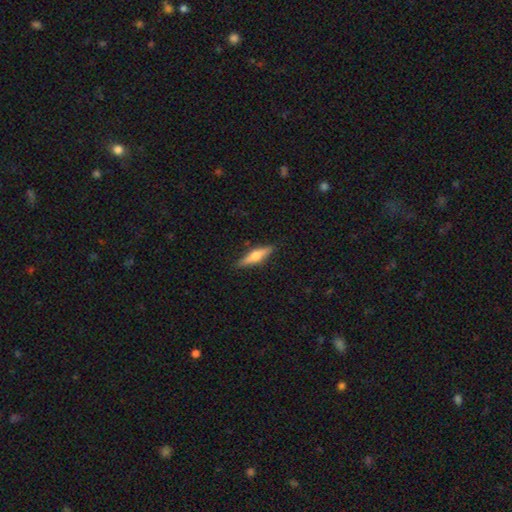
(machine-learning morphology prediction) The model was most divided on "smooth or featured": featured or disk: 50%, smooth: 44%, star or artifact: 6%. More confident: edge-on disk — yes (94%); merging — none (87%).